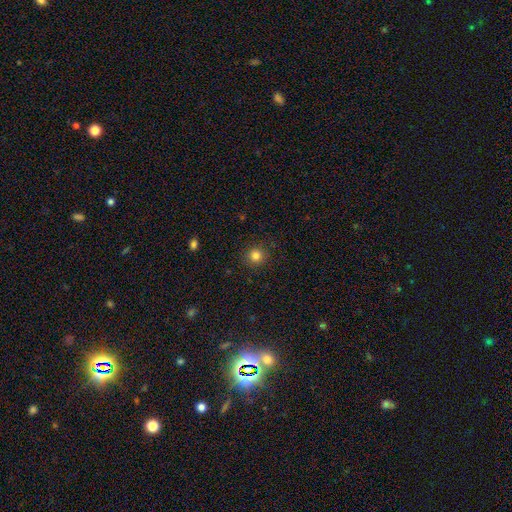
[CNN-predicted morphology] A smooth galaxy with no disk features (82%) that is round (92%).

Vote fractions:
- Smooth or featured? smooth: 82% / star or artifact: 13% / featured or disk: 5%
- How rounded? round: 92% / in between: 7% / cigar-shaped: 1%
- Merging? none: 90% / minor disturbance: 7% / major disturbance: 2% / merger: 1%